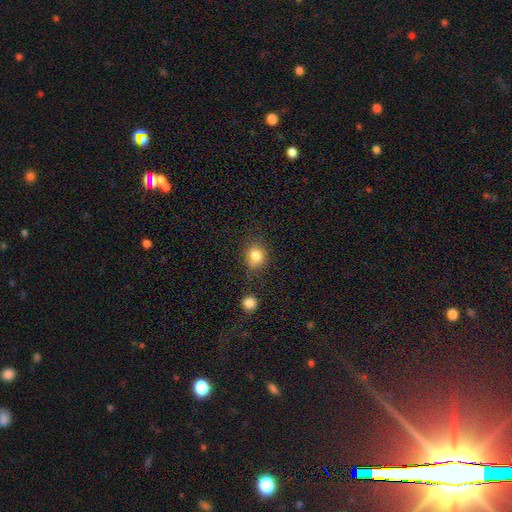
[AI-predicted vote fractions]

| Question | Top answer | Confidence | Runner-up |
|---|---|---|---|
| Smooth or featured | smooth | 83% | star or artifact (11%) |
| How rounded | round | 71% | in between (28%) |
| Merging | none | 70% | minor disturbance (18%) |